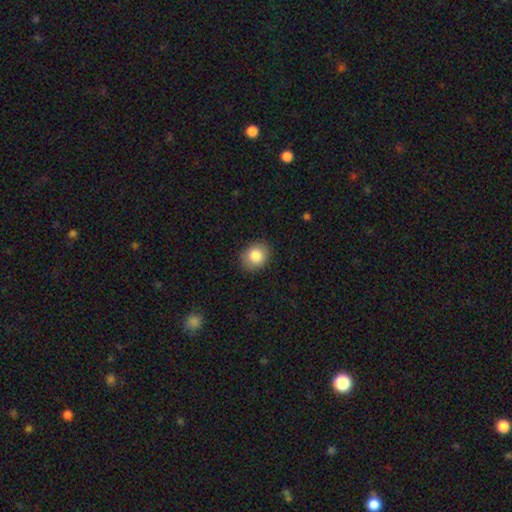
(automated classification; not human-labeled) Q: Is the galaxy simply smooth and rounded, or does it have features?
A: smooth — 86%.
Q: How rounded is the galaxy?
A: round — 65%.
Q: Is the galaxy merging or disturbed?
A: none — 86%.